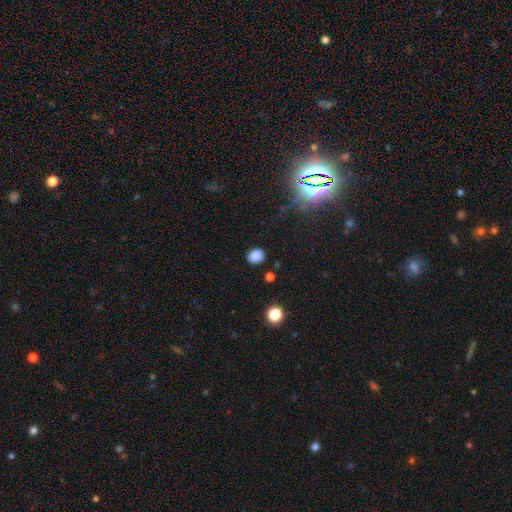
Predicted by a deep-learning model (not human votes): The model was most divided on "how rounded": round: 58%, in between: 41%, cigar-shaped: 1%. More confident: merging — none (86%); smooth or featured — smooth (83%).